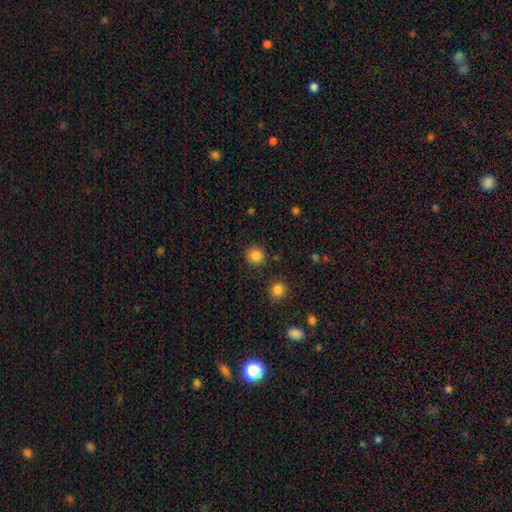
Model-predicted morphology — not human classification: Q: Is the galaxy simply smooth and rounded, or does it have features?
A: smooth — 85%.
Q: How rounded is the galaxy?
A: round — 90%.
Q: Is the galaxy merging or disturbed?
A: none — 88%.